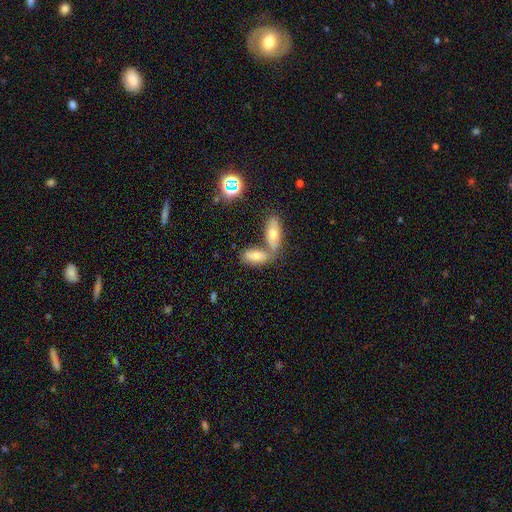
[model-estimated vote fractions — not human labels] Overall: smooth (72%). How rounded: in between (83%). Merging: merger (52%; none 36%).